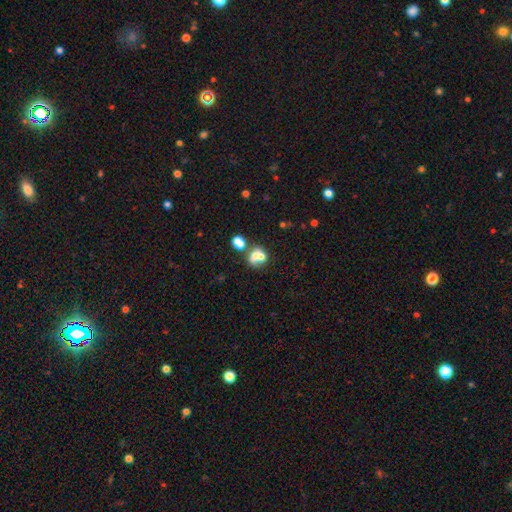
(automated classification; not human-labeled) This appears to be a smooth galaxy with no disk features (61%) that is round (58%). Merging: merger (59%).